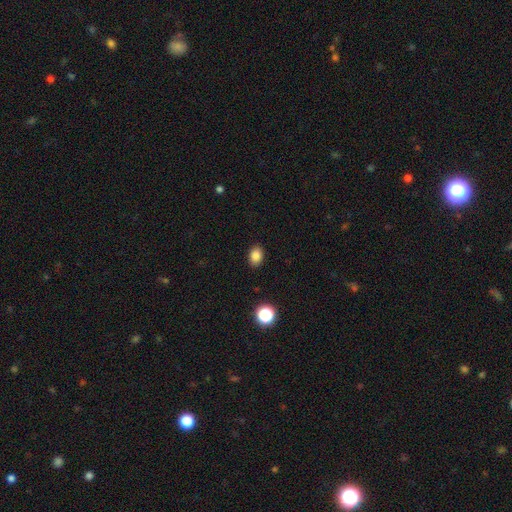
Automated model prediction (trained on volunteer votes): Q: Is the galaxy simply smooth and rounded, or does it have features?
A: smooth — 85%.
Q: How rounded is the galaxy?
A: in between — 71%.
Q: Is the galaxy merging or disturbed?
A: none — 89%.